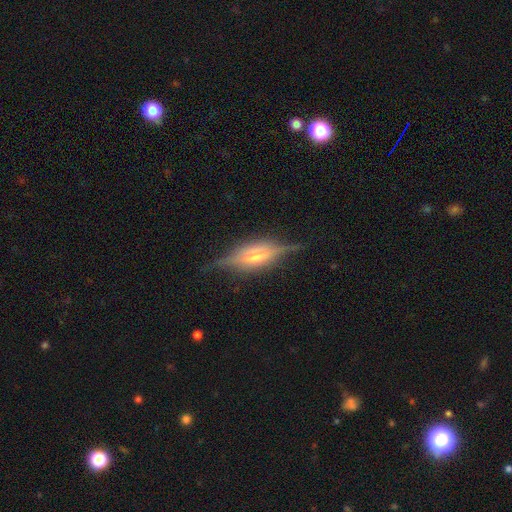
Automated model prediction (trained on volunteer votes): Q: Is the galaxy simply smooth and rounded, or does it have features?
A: featured or disk — 77%.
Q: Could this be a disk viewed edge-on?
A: yes — 94%.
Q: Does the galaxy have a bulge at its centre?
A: rounded — 58%.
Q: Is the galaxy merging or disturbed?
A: none — 76%.